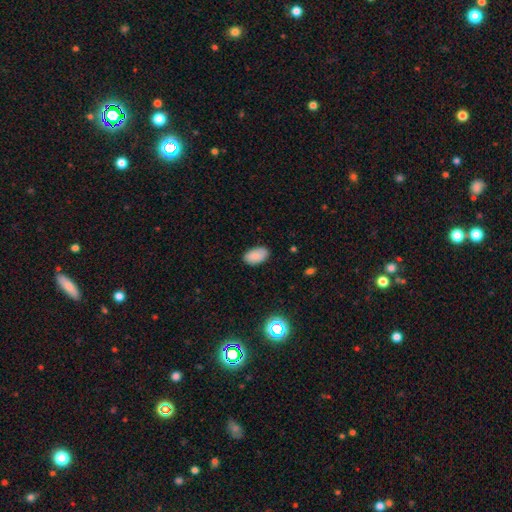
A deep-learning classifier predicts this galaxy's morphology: Smooth or featured? Predicted: smooth (p=0.85). How rounded? Predicted: in between (p=0.94). Merging? Predicted: none (p=0.84).